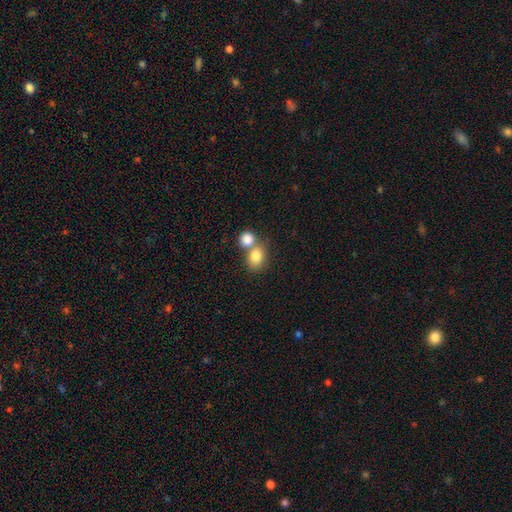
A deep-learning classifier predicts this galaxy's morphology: Overall: smooth (82%). How rounded: round (56%; in between 43%). Merging: merger (53%; none 36%).